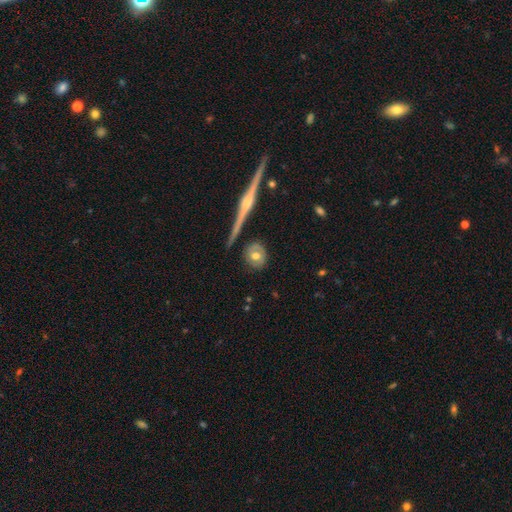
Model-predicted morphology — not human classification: A smooth galaxy with no disk features (59%) that is round (72%). Merging: none (81%).